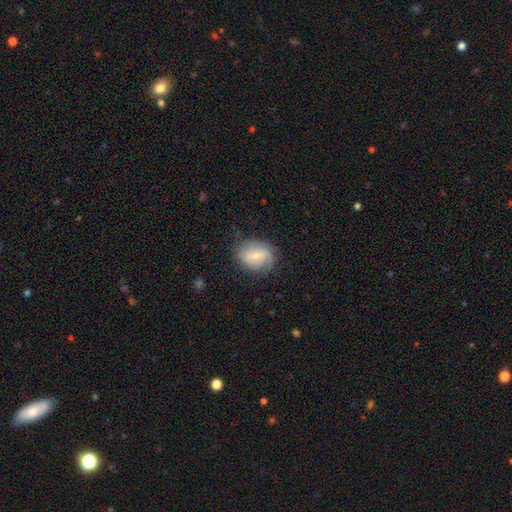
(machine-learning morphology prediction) The model was most divided on "smooth or featured": smooth: 47%, featured or disk: 46%, star or artifact: 8%. More confident: merging — none (69%).